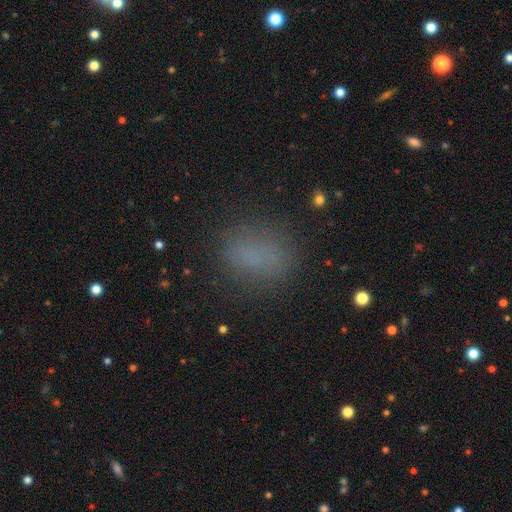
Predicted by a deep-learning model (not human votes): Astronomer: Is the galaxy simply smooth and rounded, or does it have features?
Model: smooth — 76%.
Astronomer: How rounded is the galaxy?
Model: in between — 70%.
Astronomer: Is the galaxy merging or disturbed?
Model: none — 81%.